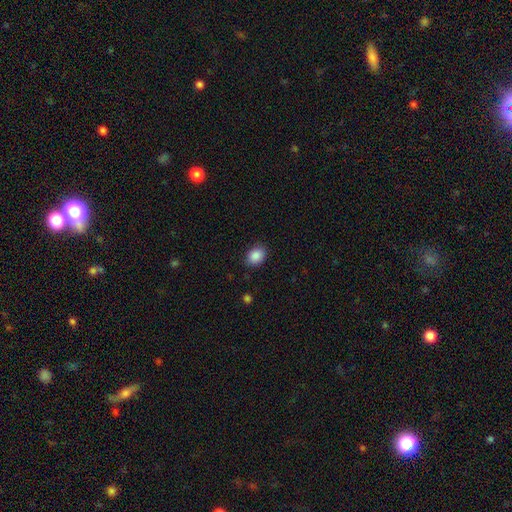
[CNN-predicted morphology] Overall: smooth (88%). How rounded: in between (67%; round 32%). Merging: none (86%).